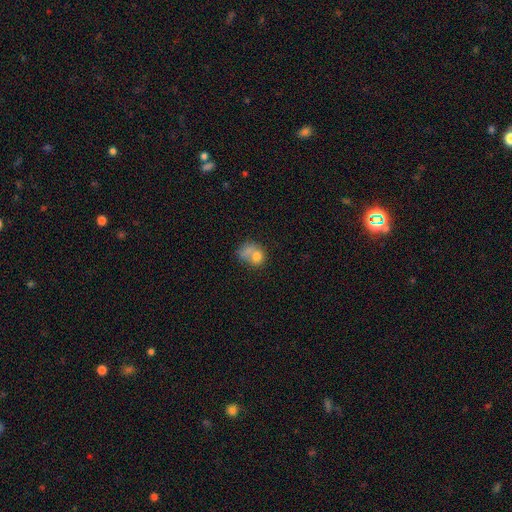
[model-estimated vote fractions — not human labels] The model was most divided on "how rounded": round: 57%, in between: 42%, cigar-shaped: 1%. Remaining: smooth or featured — smooth (69%); merging — merger (44%).